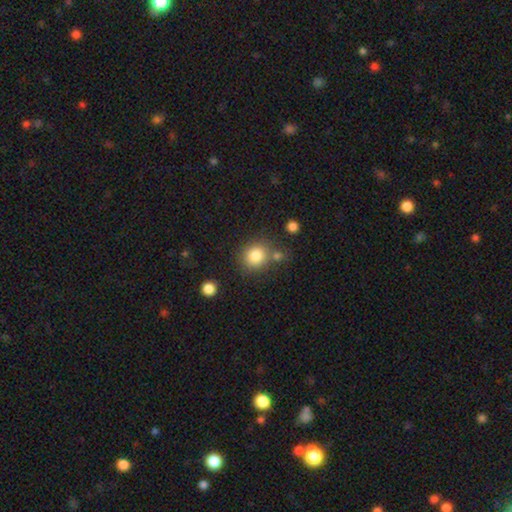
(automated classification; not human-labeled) This is clearly a smooth galaxy (83%). How rounded: clearly round (82%). Merging: likely none (69%).